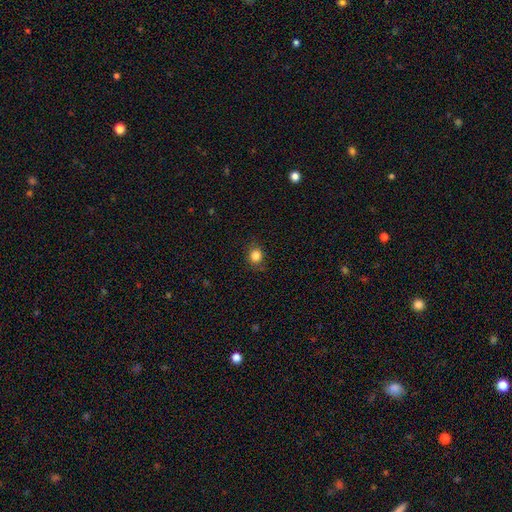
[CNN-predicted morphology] smooth-or-featured: smooth: 84% | star or artifact: 11% | featured or disk: 5%
  how-rounded: round: 79% | in between: 21% | cigar-shaped: 1%
  merging: none: 84% | minor disturbance: 12% | major disturbance: 3% | merger: 1%